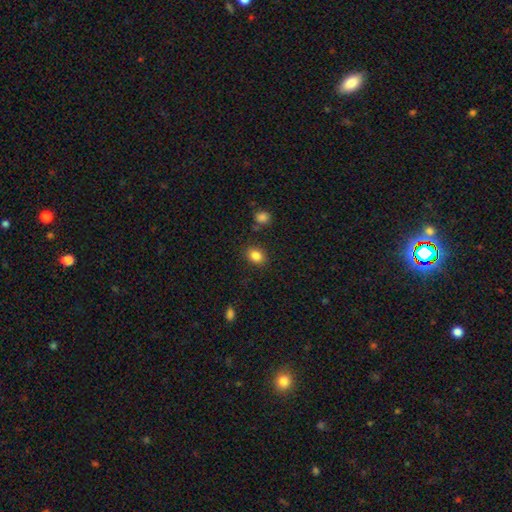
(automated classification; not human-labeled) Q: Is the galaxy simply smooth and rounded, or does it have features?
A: smooth — 85%.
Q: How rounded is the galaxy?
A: in between — 55%.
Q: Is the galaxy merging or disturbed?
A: none — 84%.